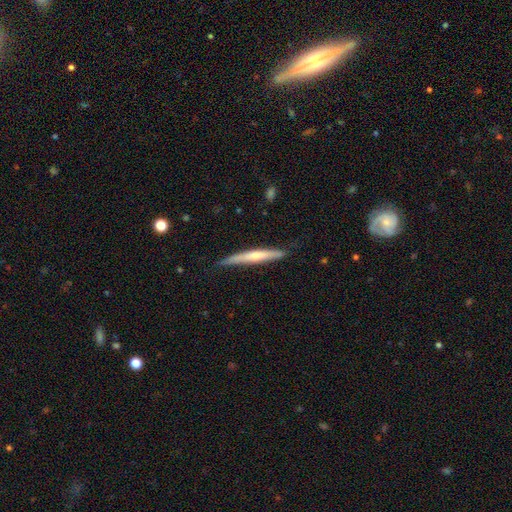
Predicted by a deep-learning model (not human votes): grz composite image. It shows a featured or disk galaxy (50%). Merging: none (82%).